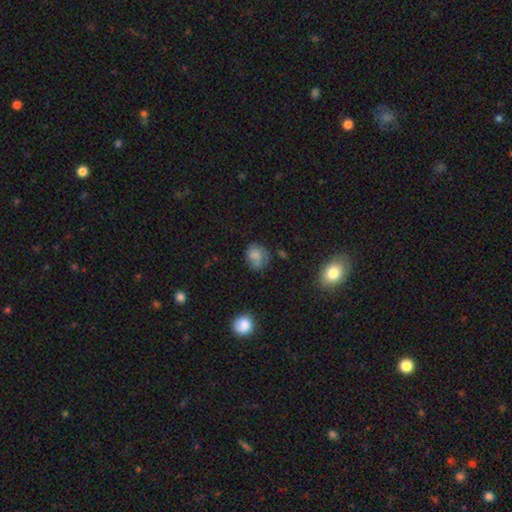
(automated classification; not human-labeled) Q: Smooth or featured?
A: smooth (64%); runner-up: featured or disk (24%)
Q: How rounded?
A: round (63%); runner-up: in between (36%)
Q: Merging?
A: none (49%); runner-up: minor disturbance (28%)